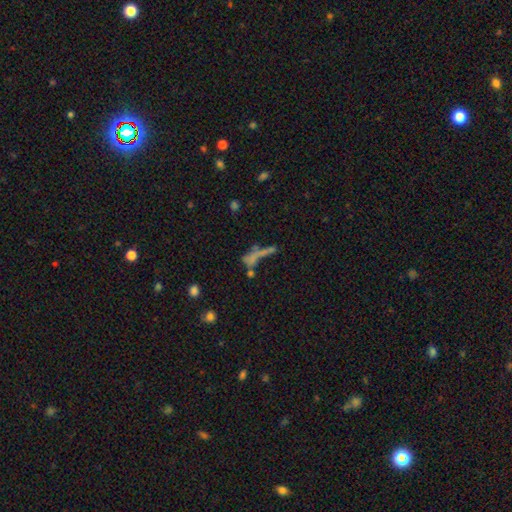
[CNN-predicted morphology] smooth-or-featured: smooth: 47% | featured or disk: 30% | star or artifact: 22%
  merging: none: 40% | merger: 29% | major disturbance: 17% | minor disturbance: 14%